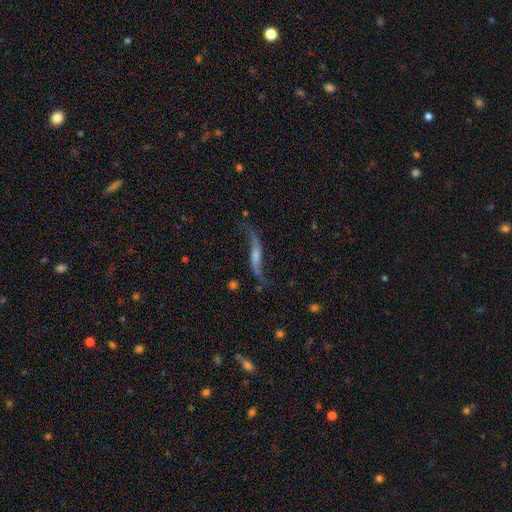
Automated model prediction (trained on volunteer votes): featured or disk 80%, smooth 12%, star or artifact 8%. Down the decision tree: edge-on disk — no (64%); bar — no (46%); spiral arms — yes (92%); bulge size — small (40%); merging — none (64%).